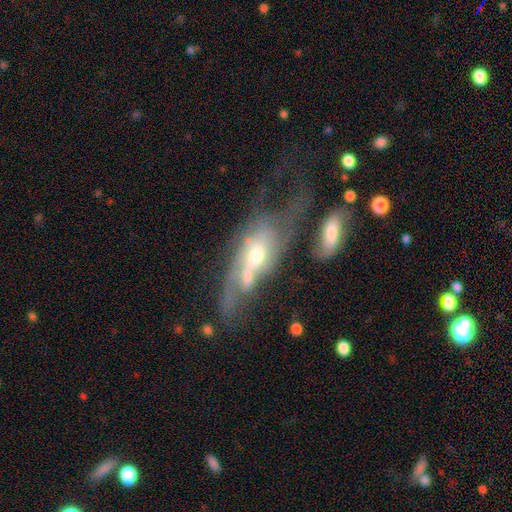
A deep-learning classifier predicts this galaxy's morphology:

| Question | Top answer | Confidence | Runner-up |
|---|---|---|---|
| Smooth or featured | featured or disk | 69% | smooth (23%) |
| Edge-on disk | no | 82% | yes (18%) |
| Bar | no | 66% | weak (26%) |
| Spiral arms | yes | 66% | no (34%) |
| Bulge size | moderate | 58% | small (30%) |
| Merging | merger | 36% | major disturbance (29%) |